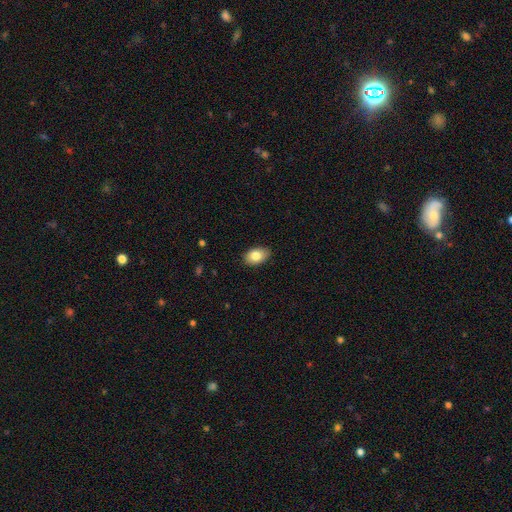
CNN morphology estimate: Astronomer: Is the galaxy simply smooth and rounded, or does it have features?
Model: smooth — 83%.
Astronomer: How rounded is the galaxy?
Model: in between — 89%.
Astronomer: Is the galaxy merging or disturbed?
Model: none — 87%.